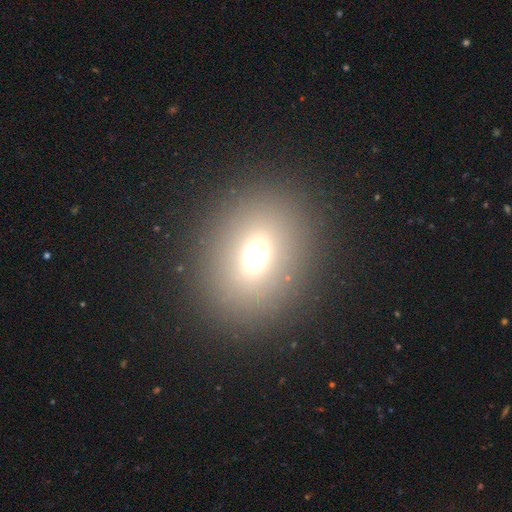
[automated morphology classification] smooth 63%, star or artifact 23%, featured or disk 14%. Down the decision tree: how rounded — in between (51%); merging — none (83%).